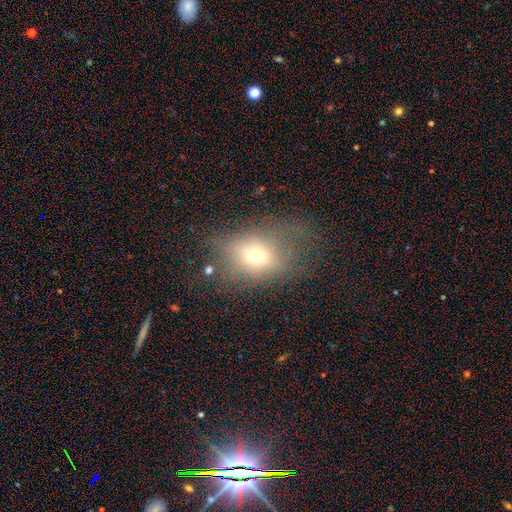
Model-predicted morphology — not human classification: Q: Smooth or featured?
A: smooth (63%); runner-up: featured or disk (21%)
Q: How rounded?
A: in between (64%); runner-up: round (34%)
Q: Merging?
A: none (52%); runner-up: minor disturbance (23%)